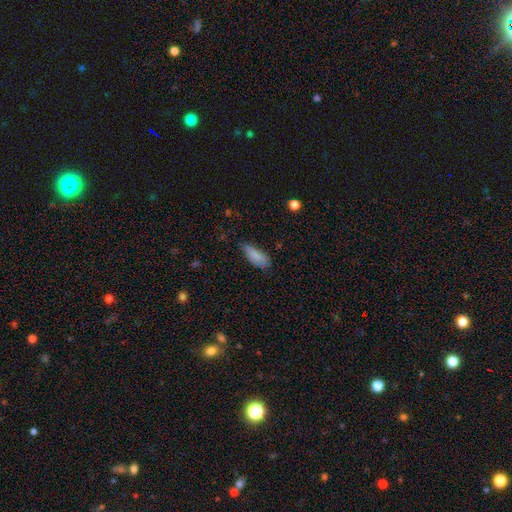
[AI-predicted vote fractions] Morphology: type=smooth (85%); roundness=in between (80%); merging=none (60%).